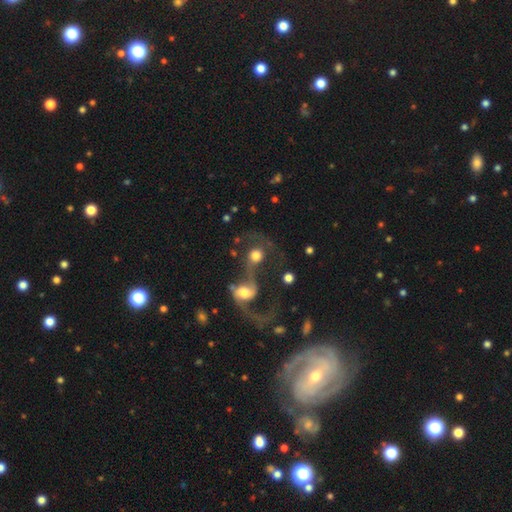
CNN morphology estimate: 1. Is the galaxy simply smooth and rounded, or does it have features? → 51% smooth, 38% featured or disk, 11% star or artifact.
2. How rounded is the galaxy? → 83% round, 15% in between, 2% cigar-shaped.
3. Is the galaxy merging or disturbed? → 63% merger, 16% none, 14% major disturbance, 6% minor disturbance.